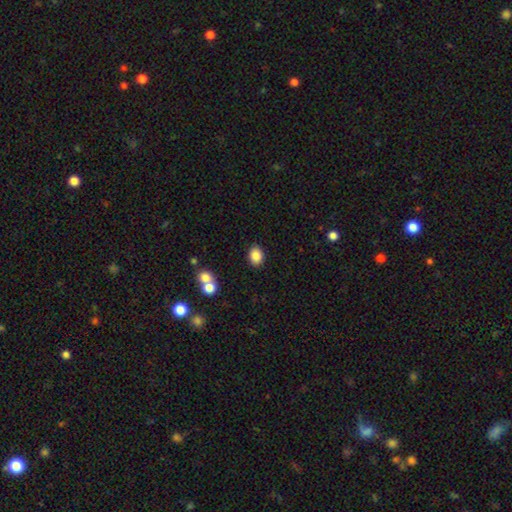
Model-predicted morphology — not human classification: Smooth or featured? smooth (85%)
How rounded? in between (69%)
Merging? none (86%)